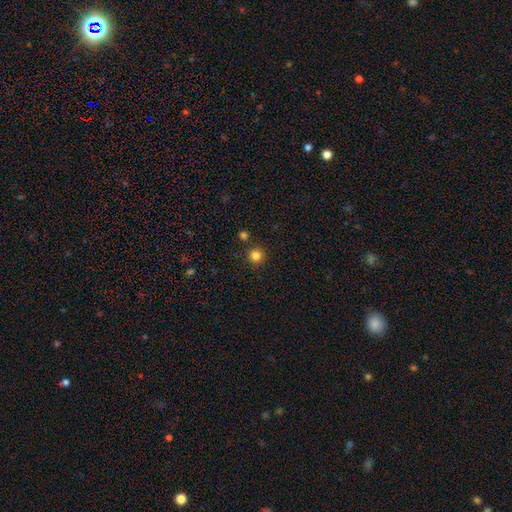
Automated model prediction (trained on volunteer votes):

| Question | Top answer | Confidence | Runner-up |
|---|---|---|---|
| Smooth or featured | smooth | 82% | star or artifact (13%) |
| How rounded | round | 95% | in between (4%) |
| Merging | none | 88% | minor disturbance (6%) |